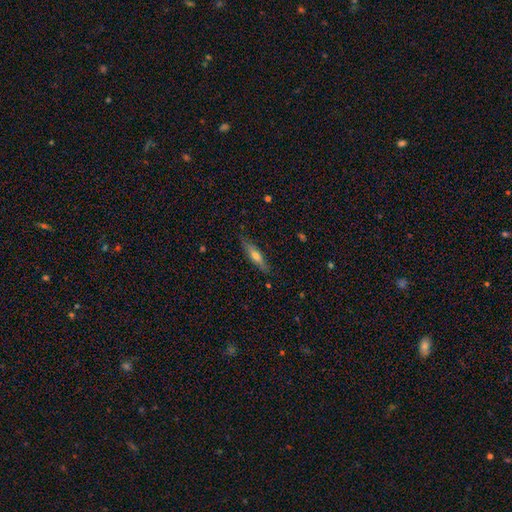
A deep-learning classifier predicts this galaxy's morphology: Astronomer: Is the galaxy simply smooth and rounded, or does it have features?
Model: smooth — 50% (runner-up: featured or disk, 44%).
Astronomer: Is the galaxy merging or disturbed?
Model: none — 84%.